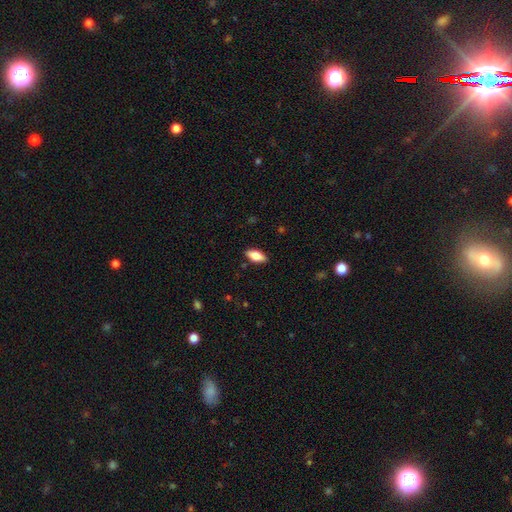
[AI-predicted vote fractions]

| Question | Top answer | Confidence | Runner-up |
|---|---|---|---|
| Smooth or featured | smooth | 77% | featured or disk (16%) |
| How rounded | in between | 85% | cigar-shaped (12%) |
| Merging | none | 88% | minor disturbance (9%) |